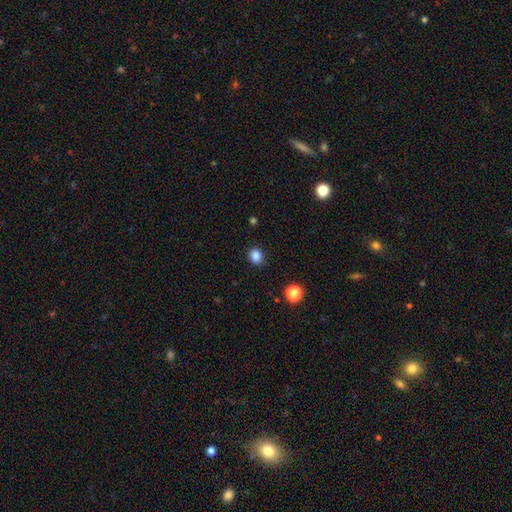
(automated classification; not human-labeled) This appears to be a smooth galaxy with no disk features (85%) that is round (60%). Merging: none (89%).